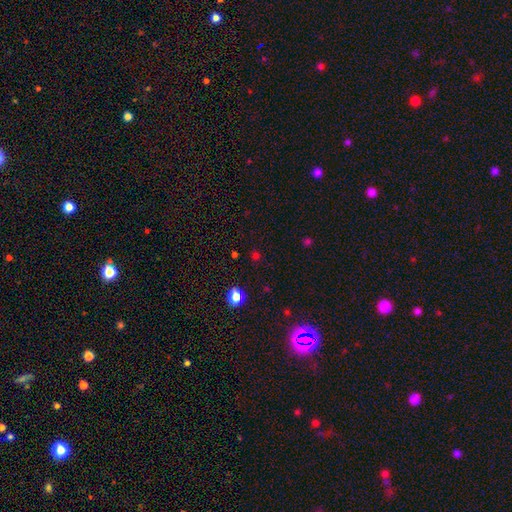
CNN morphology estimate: type=smooth (49%); merging=none (84%).